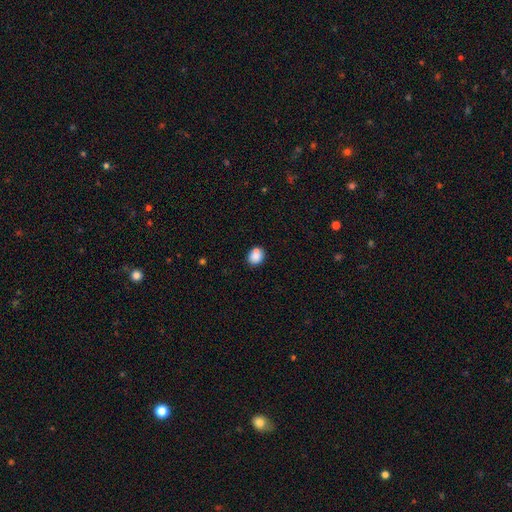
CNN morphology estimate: smooth 84%, star or artifact 9%, featured or disk 7%. Down the decision tree: how rounded — round (57%); merging — none (62%).